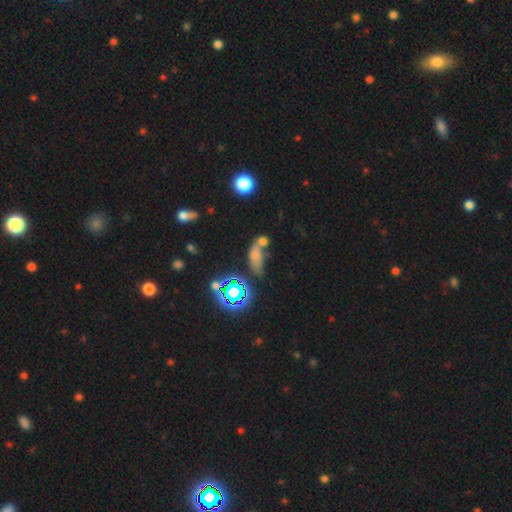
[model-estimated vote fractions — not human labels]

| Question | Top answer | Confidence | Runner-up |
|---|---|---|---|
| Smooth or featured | smooth | 53% | star or artifact (31%) |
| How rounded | in between | 75% | cigar-shaped (13%) |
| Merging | merger | 54% | none (25%) |